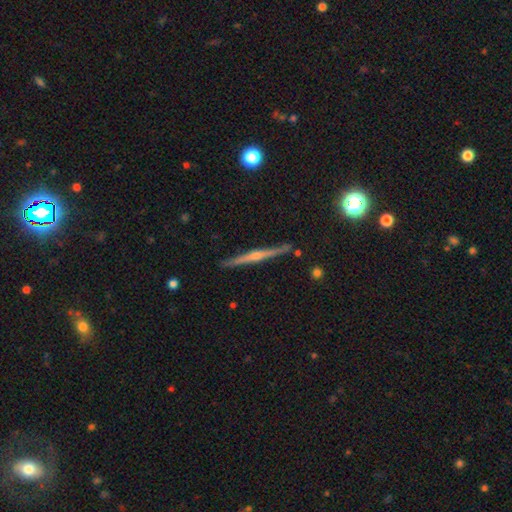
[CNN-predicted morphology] smooth-or-featured: featured or disk: 78% | smooth: 15% | star or artifact: 7%
  disk-edge-on: yes: 98% | no: 2%
    edge-on-bulge: rounded: 80% | none: 13% | boxy: 7%
  merging: none: 89% | minor disturbance: 8% | merger: 2% | major disturbance: 2%